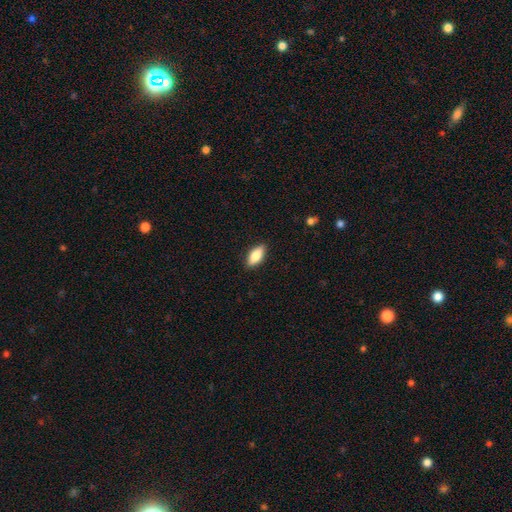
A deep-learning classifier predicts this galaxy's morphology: Smooth or featured: smooth — 80% (featured or disk — 13%)
How rounded: in between — 83% (cigar-shaped — 14%)
Merging: none — 88% (minor disturbance — 9%)